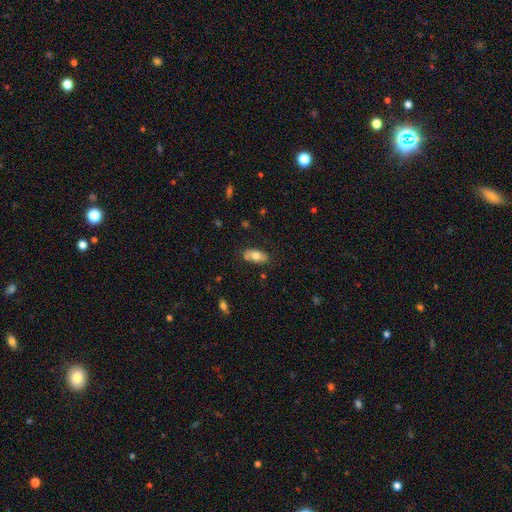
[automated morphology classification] Smooth or featured?
  - smooth: 68% *
  - featured or disk: 25%
  - star or artifact: 7%
How rounded?
  - in between: 90% *
  - cigar-shaped: 7%
  - round: 4%
Merging?
  - none: 77% *
  - minor disturbance: 16%
  - merger: 3%
  - major disturbance: 3%